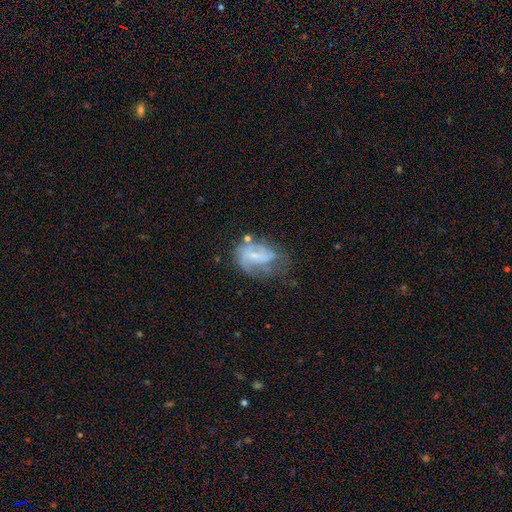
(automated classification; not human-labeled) A featured or disk galaxy (69%) with a weak bar (49%), 2 (51%) medium (42%) spiral arms (80%) and a small central bulge (58%).

Vote fractions:
- Smooth or featured? featured or disk: 69% / smooth: 22% / star or artifact: 8%
- Edge-on disk? no: 97% / yes: 3%
- Bar? weak: 49% / no: 36% / strong: 16%
- Spiral arms? yes: 80% / no: 20%
- Spiral winding? medium: 42% / loose: 29% / tight: 29%
- Spiral arm count? 2: 51% / can't tell: 25% / 1: 13% / 3: 7% / 4: 2% / more than 4: 2%
- Bulge size? small: 58% / none: 20% / moderate: 19% / large: 2% / dominant: 1%
- Merging? none: 37% / major disturbance: 29% / minor disturbance: 28% / merger: 6%